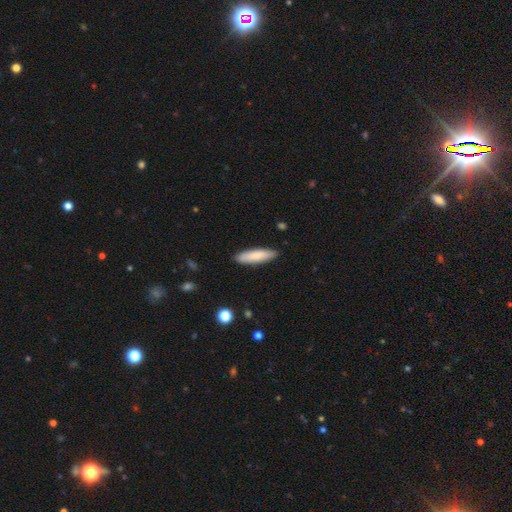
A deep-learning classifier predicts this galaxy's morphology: smooth_or_featured: smooth (p=0.82) [alt: featured or disk p=0.13]
how_rounded: cigar-shaped (p=0.68) [alt: in between p=0.31]
merging: none (p=0.89) [alt: minor disturbance p=0.09]